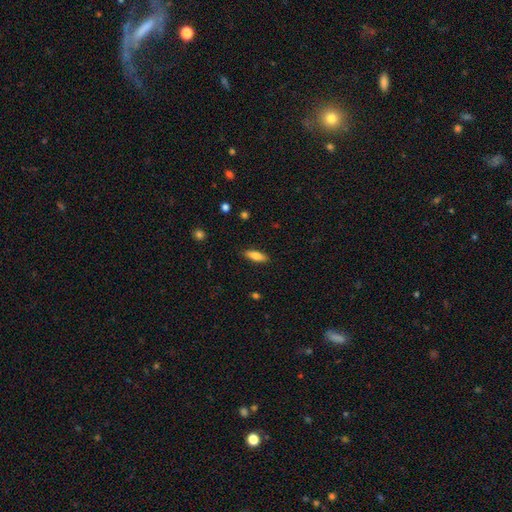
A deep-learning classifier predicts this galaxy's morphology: This is likely a smooth galaxy (78%). How rounded: likely in between (61%). Merging: clearly none (88%).